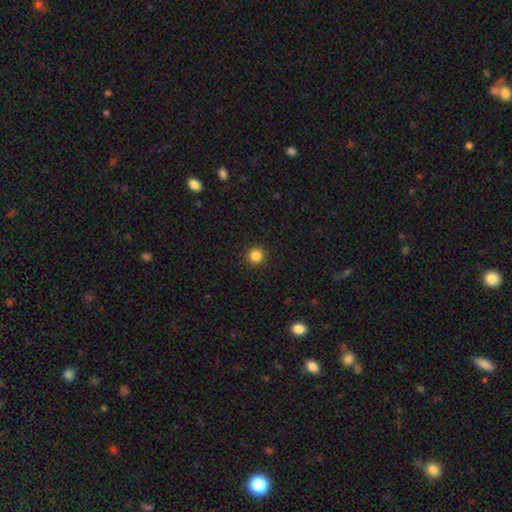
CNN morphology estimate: Smooth or featured? smooth (85%)
How rounded? round (96%)
Merging? none (93%)